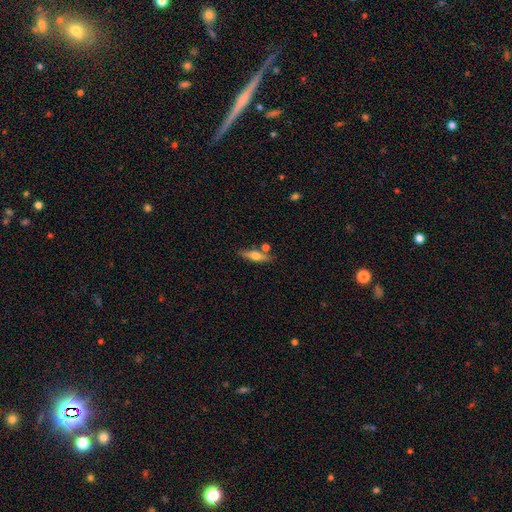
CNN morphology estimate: Overall: smooth (51%; featured or disk 42%). How rounded: cigar-shaped (65%; in between 32%). Merging: none (73%).